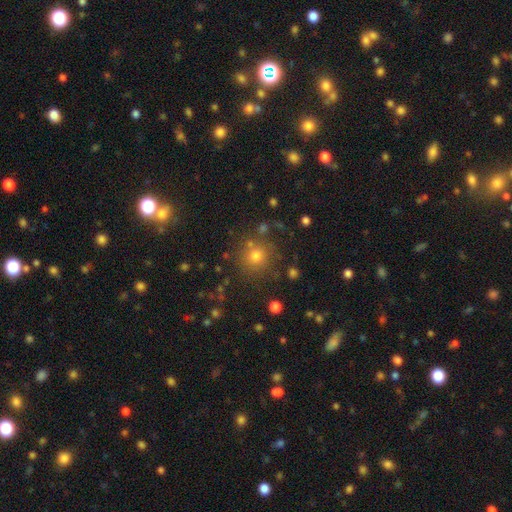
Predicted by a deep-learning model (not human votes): Smooth or featured: smooth — 72% (star or artifact — 20%)
How rounded: round — 93% (in between — 6%)
Merging: none — 82% (minor disturbance — 9%)